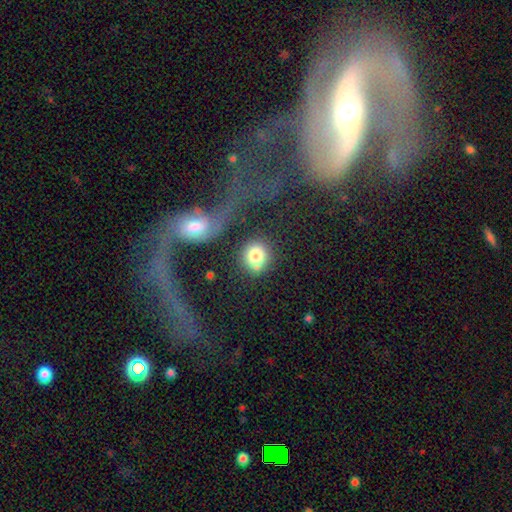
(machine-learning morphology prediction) Overall: smooth (81%). How rounded: round (78%). Merging: none (64%).